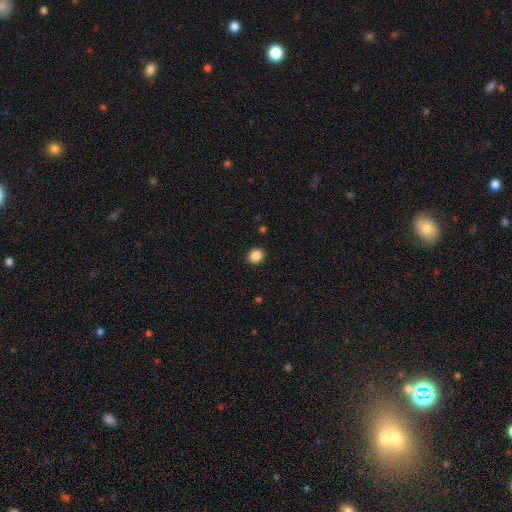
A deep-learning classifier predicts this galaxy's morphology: smooth-or-featured: smooth: 87% | star or artifact: 10% | featured or disk: 3%
  how-rounded: round: 70% | in between: 29% | cigar-shaped: 1%
  merging: none: 91% | minor disturbance: 6% | major disturbance: 2% | merger: 1%